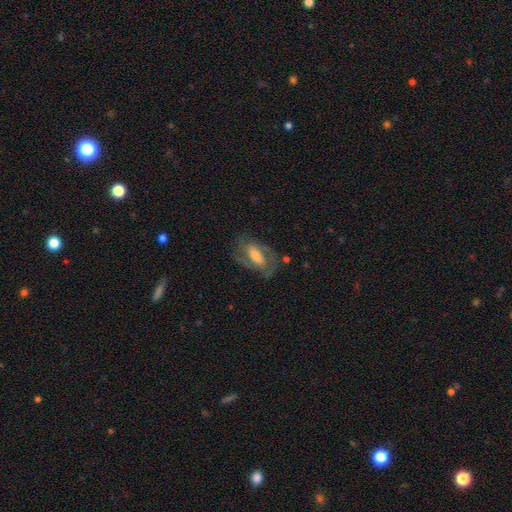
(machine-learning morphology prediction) Q: Smooth or featured?
A: featured or disk (71%); runner-up: smooth (22%)
Q: Edge-on disk?
A: no (92%); runner-up: yes (8%)
Q: Bar?
A: weak (38%); tied with: strong (38%)
Q: Spiral arms?
A: yes (83%); runner-up: no (17%)
Q: Spiral winding?
A: medium (48%); runner-up: tight (35%)
Q: Spiral arm count?
A: 2 (76%); runner-up: can't tell (13%)
Q: Bulge size?
A: moderate (46%); runner-up: small (34%)
Q: Merging?
A: none (68%); runner-up: minor disturbance (18%)